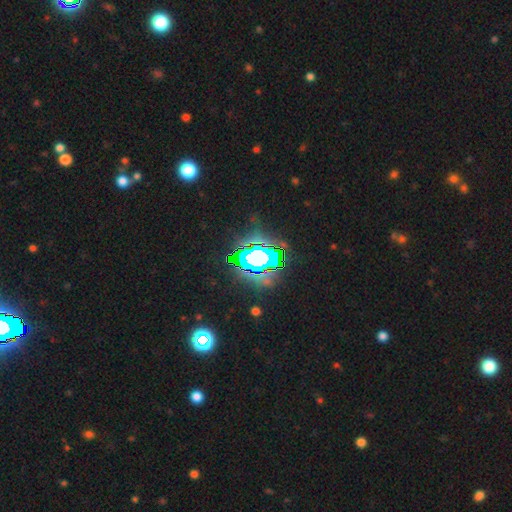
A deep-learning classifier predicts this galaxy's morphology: A star or artifact, not a galaxy (68%).